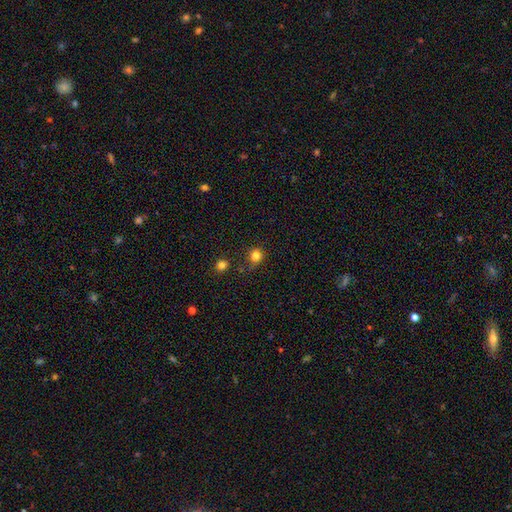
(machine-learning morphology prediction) type=smooth (81%); roundness=round (89%); merging=none (75%).